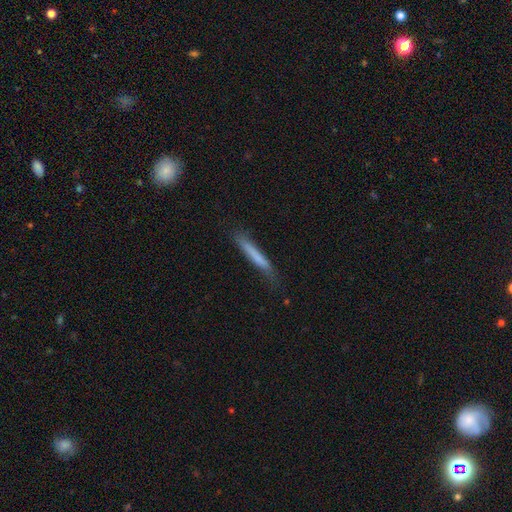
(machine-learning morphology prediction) smooth-or-featured: smooth: 71% | featured or disk: 23% | star or artifact: 6%
  how-rounded: cigar-shaped: 95% | in between: 3% | round: 1%
  merging: none: 73% | minor disturbance: 20% | major disturbance: 5% | merger: 2%